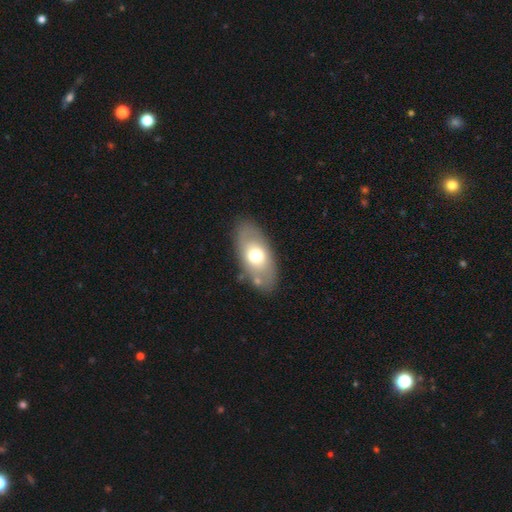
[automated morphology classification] Smooth or featured? Predicted: smooth (p=0.60). How rounded? Predicted: in between (p=0.91). Merging? Predicted: none (p=0.79).